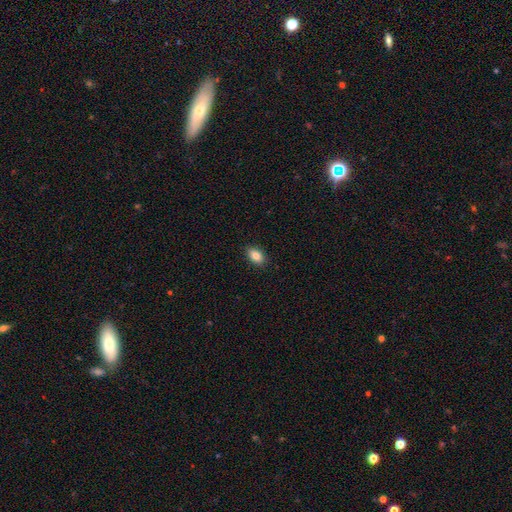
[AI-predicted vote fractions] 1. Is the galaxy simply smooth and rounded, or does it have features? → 84% smooth, 8% star or artifact, 7% featured or disk.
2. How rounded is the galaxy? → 86% in between, 12% round, 2% cigar-shaped.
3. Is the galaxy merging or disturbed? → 89% none, 8% minor disturbance, 2% major disturbance, 1% merger.